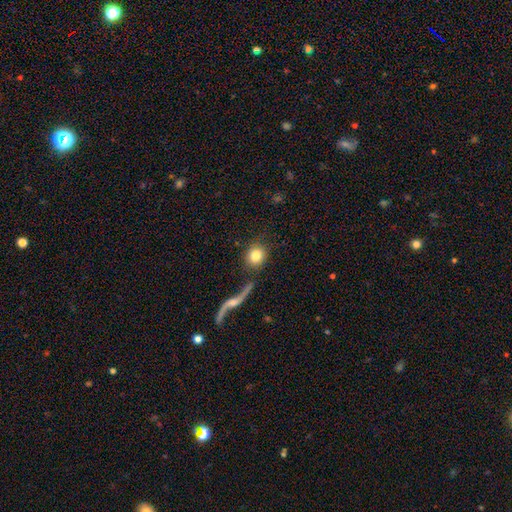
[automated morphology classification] A smooth galaxy with no disk features (80%) that is round (83%). Merging: none (75%).